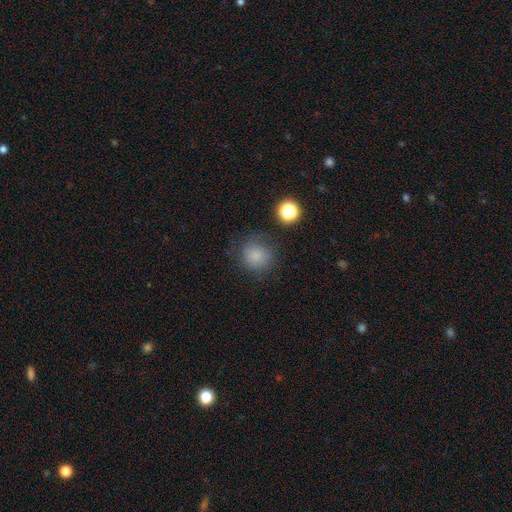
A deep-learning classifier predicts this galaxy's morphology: Overall: smooth (79%). How rounded: round (90%). Merging: none (72%).